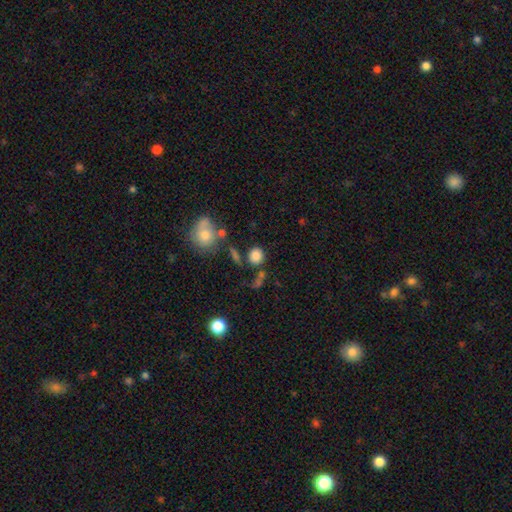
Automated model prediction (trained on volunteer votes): Smooth or featured: smooth — 83% (star or artifact — 11%)
How rounded: round — 82% (in between — 17%)
Merging: none — 71% (minor disturbance — 12%)